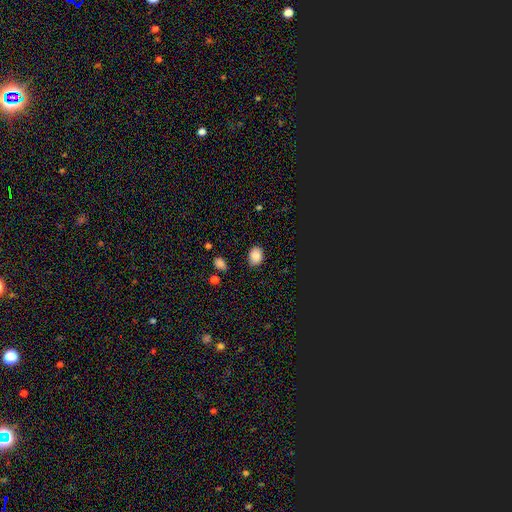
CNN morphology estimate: This is clearly a smooth galaxy (85%). How rounded: likely in between (66%). Merging: clearly none (82%).